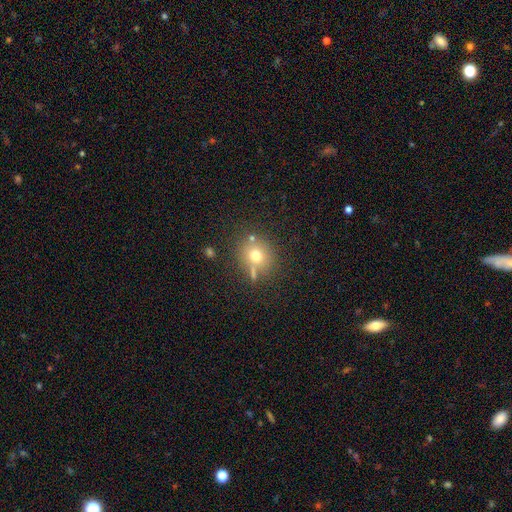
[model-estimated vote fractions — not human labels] Smooth or featured?
  - smooth: 70% *
  - star or artifact: 16%
  - featured or disk: 14%
How rounded?
  - round: 83% *
  - in between: 16%
  - cigar-shaped: 1%
Merging?
  - none: 71% *
  - minor disturbance: 12%
  - merger: 12%
  - major disturbance: 5%